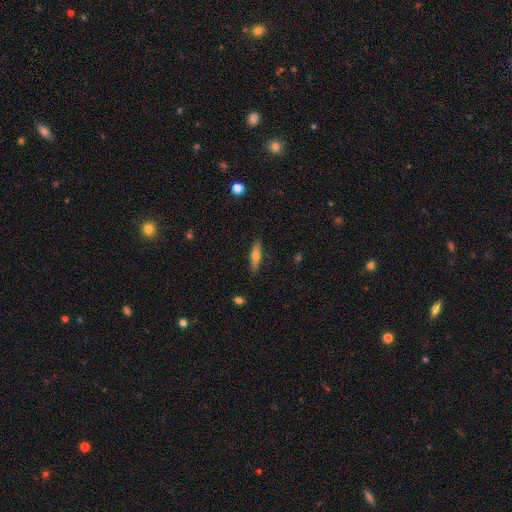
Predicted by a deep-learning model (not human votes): Smooth or featured?
  - smooth: 59% *
  - featured or disk: 34%
  - star or artifact: 7%
How rounded?
  - cigar-shaped: 71% *
  - in between: 26%
  - round: 2%
Merging?
  - none: 87% *
  - minor disturbance: 10%
  - major disturbance: 2%
  - merger: 1%